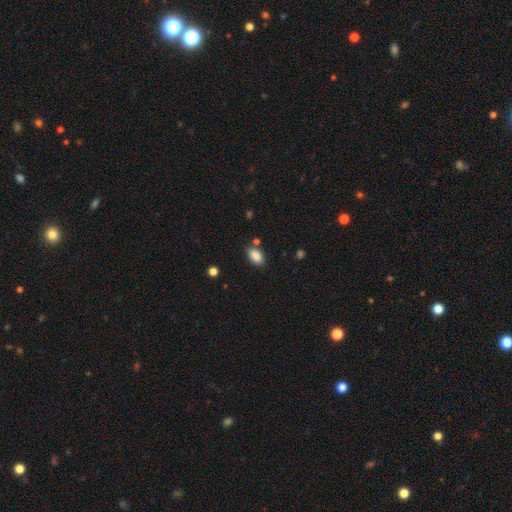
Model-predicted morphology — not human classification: This appears to be a smooth galaxy with no disk features (88%) that is in between round and cigar-shaped (92%). Merging: none (79%).